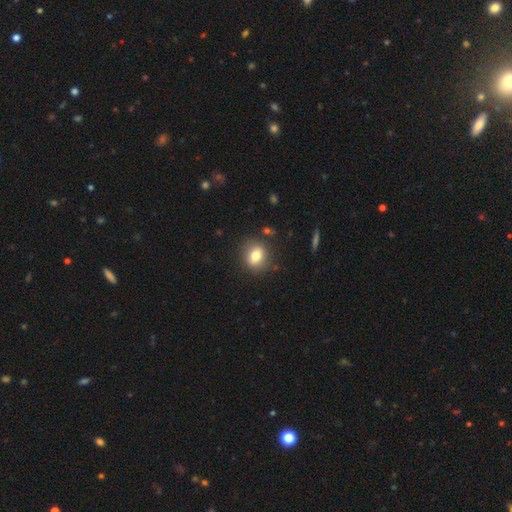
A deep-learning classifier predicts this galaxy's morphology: Smooth or featured: smooth — 75% (featured or disk — 15%)
How rounded: round — 55% (in between — 43%)
Merging: none — 83% (minor disturbance — 11%)